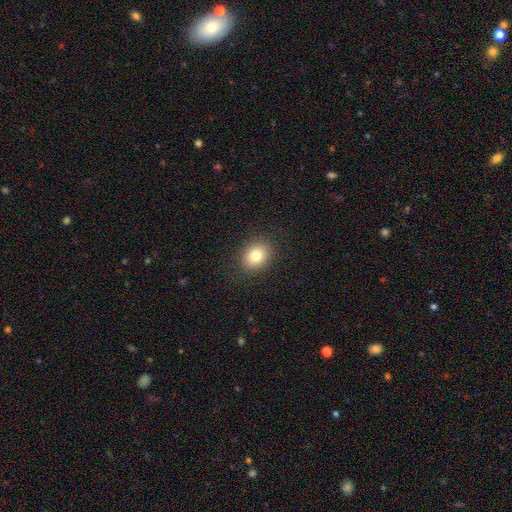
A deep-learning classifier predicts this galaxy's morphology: smooth_or_featured: smooth (p=0.81) [alt: star or artifact p=0.10]
how_rounded: round (p=0.55) [alt: in between p=0.44]
merging: none (p=0.89) [alt: minor disturbance p=0.08]